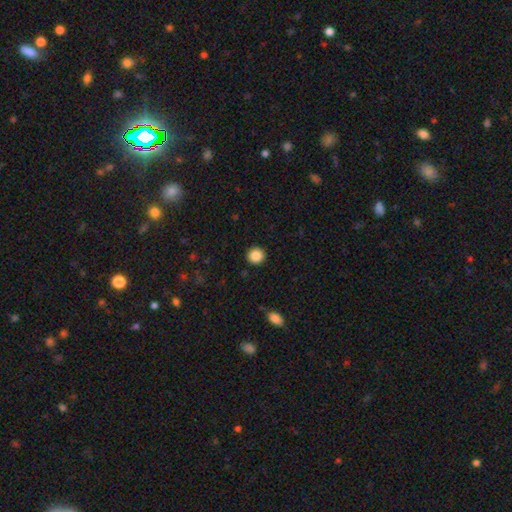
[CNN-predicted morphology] A smooth galaxy with no disk features (87%) that is round (92%). Merging: none (92%).